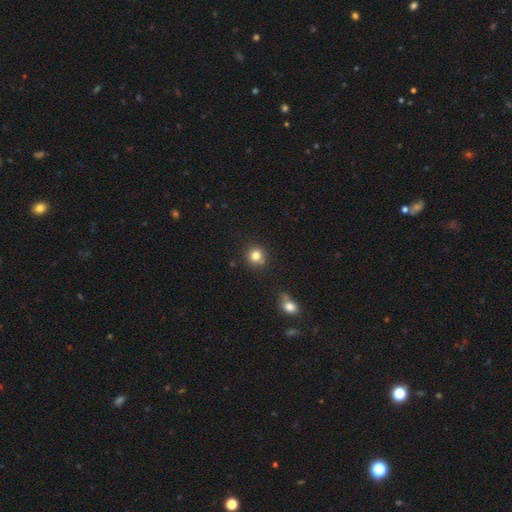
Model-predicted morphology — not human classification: This appears to be a smooth galaxy with no disk features (81%) that is round (89%). Merging: none (81%).